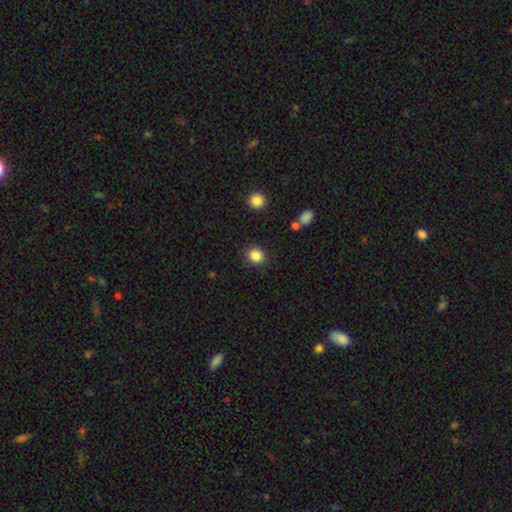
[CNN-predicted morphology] smooth 86%, star or artifact 10%, featured or disk 4%. Down the decision tree: how rounded — round (79%); merging — none (88%).